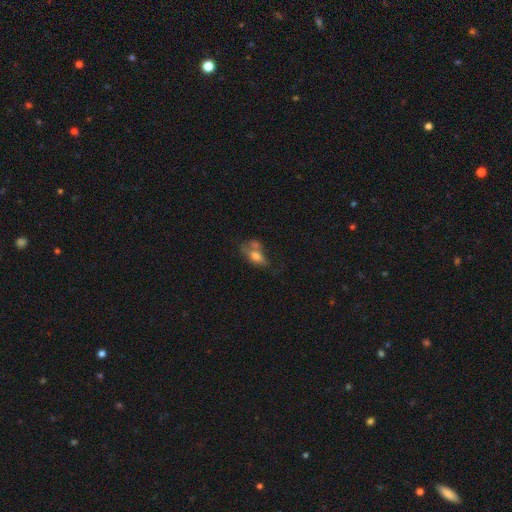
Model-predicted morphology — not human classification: smooth 65%, featured or disk 25%, star or artifact 10%. Down the decision tree: how rounded — in between (82%); merging — merger (33%).